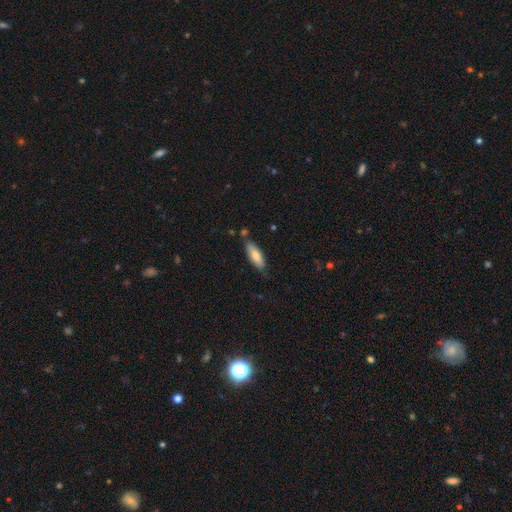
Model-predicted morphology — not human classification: Smooth or featured? smooth (75%)
How rounded? in between (56%)
Merging? none (74%)